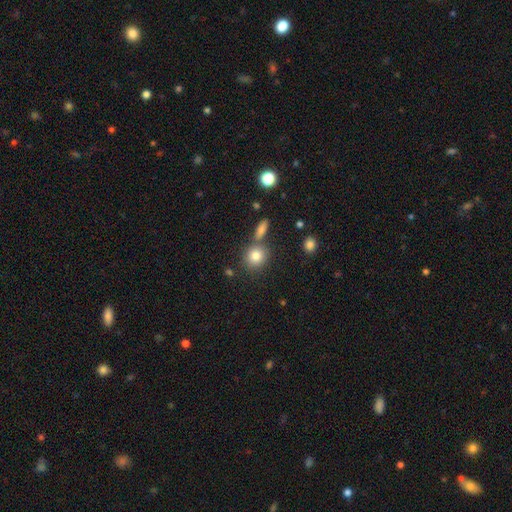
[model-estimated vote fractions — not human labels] smooth 82%, star or artifact 10%, featured or disk 8%. Down the decision tree: how rounded — round (79%); merging — none (66%).